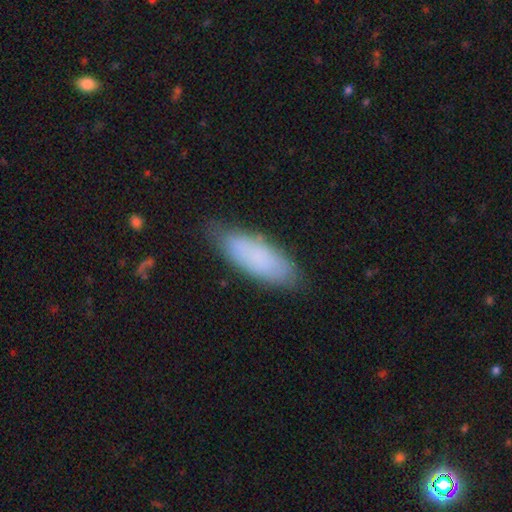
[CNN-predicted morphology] type=smooth (80%); roundness=in between (68%); merging=none (77%).